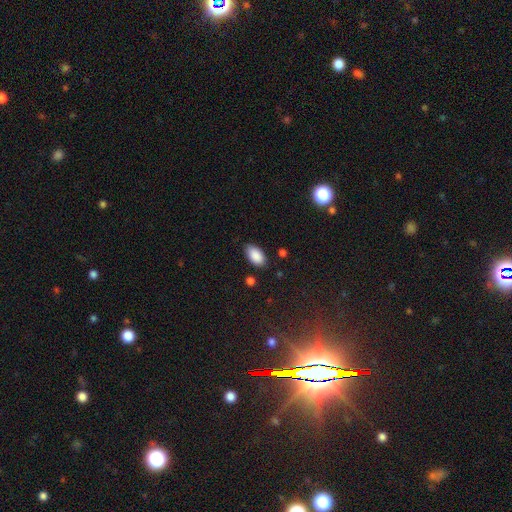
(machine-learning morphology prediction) A smooth galaxy with no disk features (89%) that is in between round and cigar-shaped (95%). Merging: none (83%).